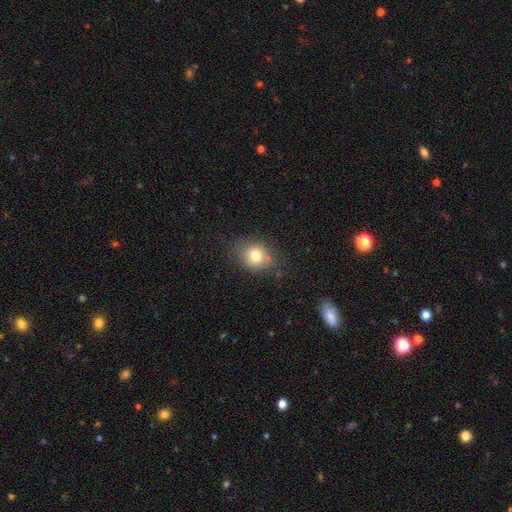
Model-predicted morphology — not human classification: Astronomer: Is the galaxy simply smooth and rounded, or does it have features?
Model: smooth — 78%.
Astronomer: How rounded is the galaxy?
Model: round — 68%.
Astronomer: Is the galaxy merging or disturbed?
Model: none — 73%.